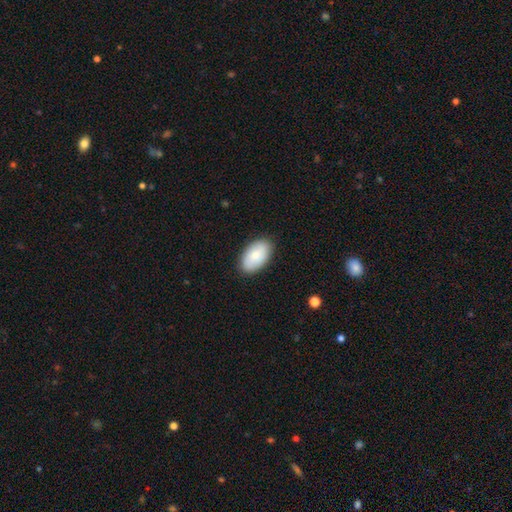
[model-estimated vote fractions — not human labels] A smooth galaxy with no disk features (79%) that is in between round and cigar-shaped (94%). Merging: none (87%).